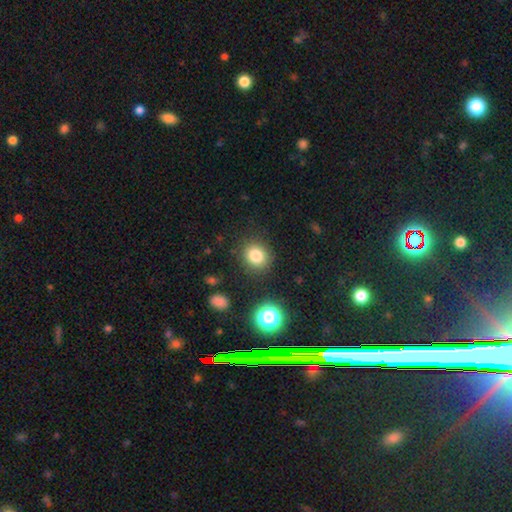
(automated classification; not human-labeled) smooth 81%, star or artifact 12%, featured or disk 7%. Down the decision tree: how rounded — round (78%); merging — none (86%).